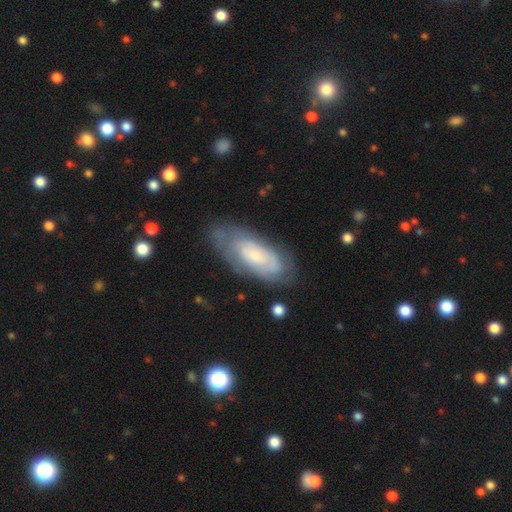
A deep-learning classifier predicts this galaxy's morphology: Smooth or featured?
  - featured or disk: 56% *
  - smooth: 37%
  - star or artifact: 7%
Edge-on disk?
  - no: 88% *
  - yes: 12%
Merging?
  - none: 65% *
  - minor disturbance: 23%
  - major disturbance: 10%
  - merger: 2%